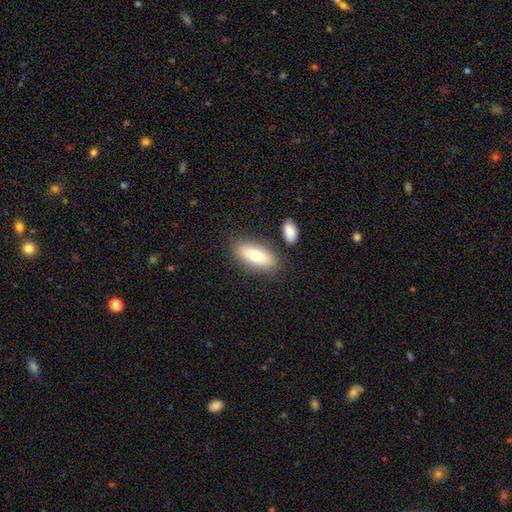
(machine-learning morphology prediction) type=smooth (73%); roundness=in between (79%); merging=none (80%).